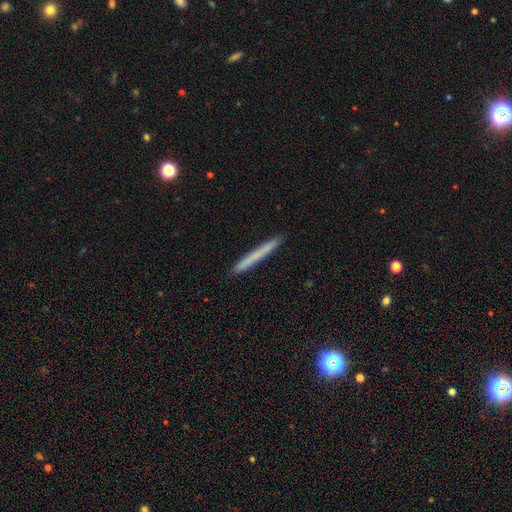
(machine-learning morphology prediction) The model was most divided on "smooth or featured": smooth: 63%, featured or disk: 30%, star or artifact: 7%. More confident: how rounded — cigar-shaped (97%); merging — none (92%).